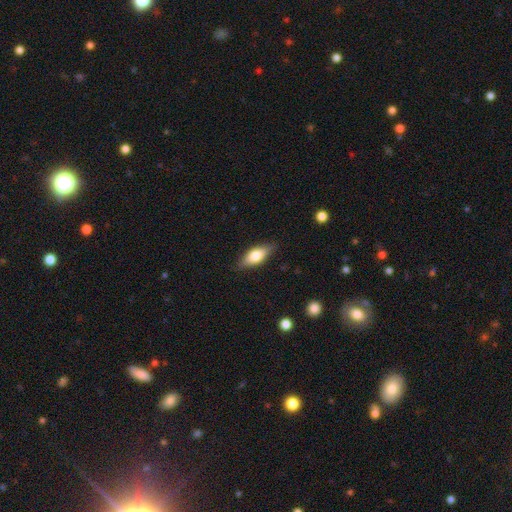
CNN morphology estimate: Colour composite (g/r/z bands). It shows a smooth galaxy with no disk features (66%) that is in between round and cigar-shaped (76%). Merging: none (82%).